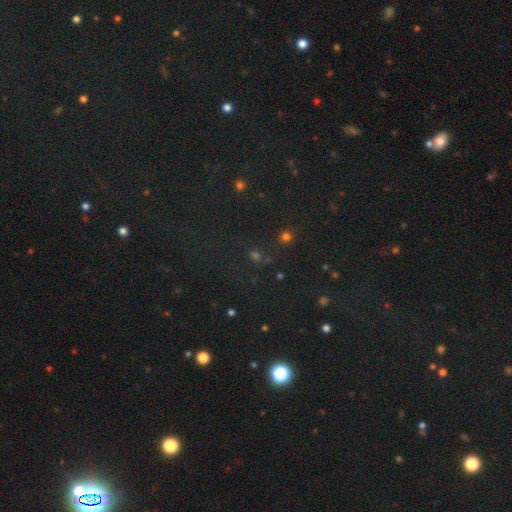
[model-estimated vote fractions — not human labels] This is possibly a star or artifact rather than a galaxy (55%).